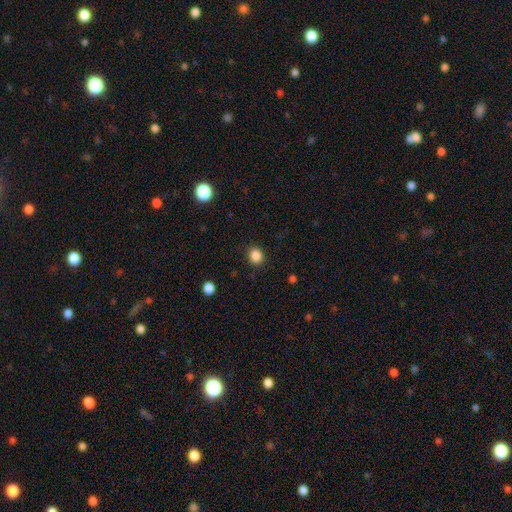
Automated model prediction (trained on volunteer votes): A smooth galaxy with no disk features (86%) that is round (74%).

Vote fractions:
- Smooth or featured? smooth: 86% / star or artifact: 11% / featured or disk: 3%
- How rounded? round: 74% / in between: 25% / cigar-shaped: 1%
- Merging? none: 89% / minor disturbance: 7% / major disturbance: 2% / merger: 1%